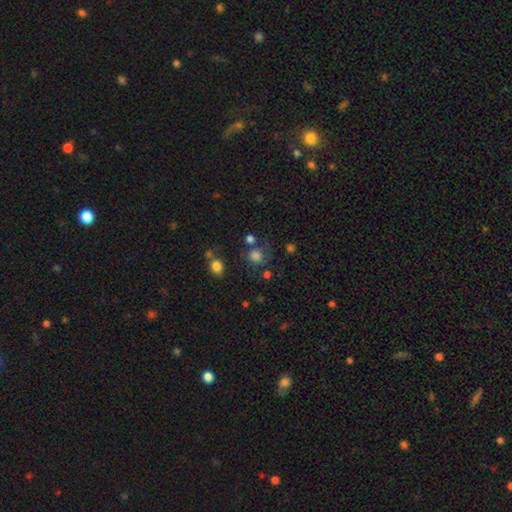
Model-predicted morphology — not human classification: Overall: smooth (77%). How rounded: round (84%). Merging: none (62%).